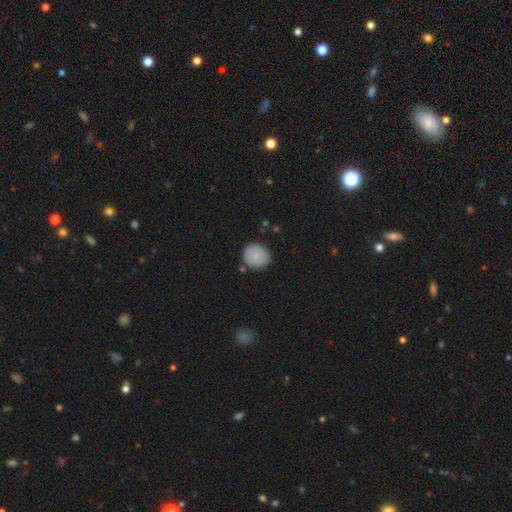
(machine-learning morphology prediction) The model was most divided on "merging": none: 82%, minor disturbance: 12%, merger: 4%, major disturbance: 3%. More confident: how rounded — round (90%); smooth or featured — smooth (83%).